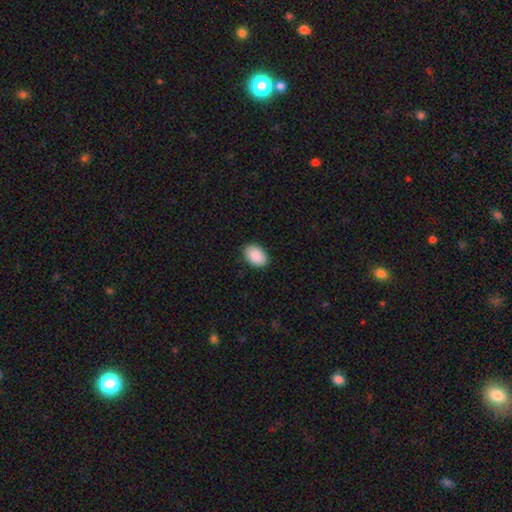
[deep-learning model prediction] Overall: smooth (90%). How rounded: in between (89%). Merging: none (88%).